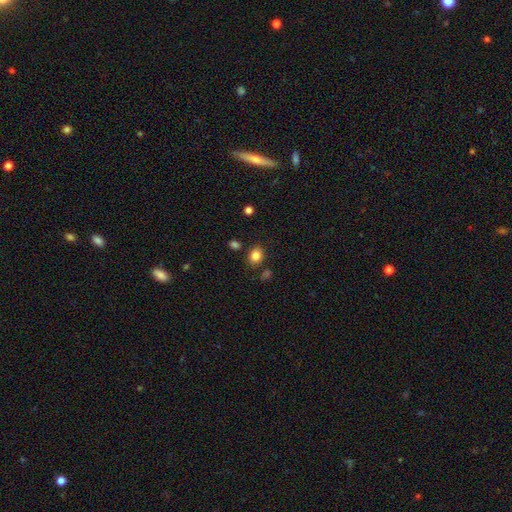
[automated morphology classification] smooth_or_featured: smooth (p=0.83) [alt: star or artifact p=0.11]
how_rounded: round (p=0.53) [alt: in between p=0.46]
merging: none (p=0.81) [alt: minor disturbance p=0.11]